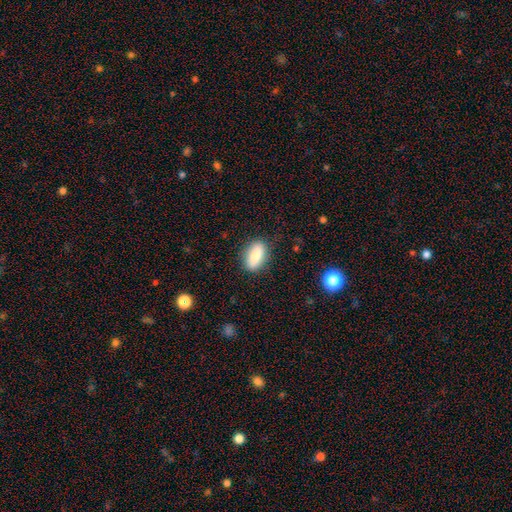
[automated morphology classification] smooth_or_featured: smooth (p=0.81) [alt: featured or disk p=0.12]
how_rounded: in between (p=0.83) [alt: cigar-shaped p=0.12]
merging: none (p=0.83) [alt: minor disturbance p=0.12]